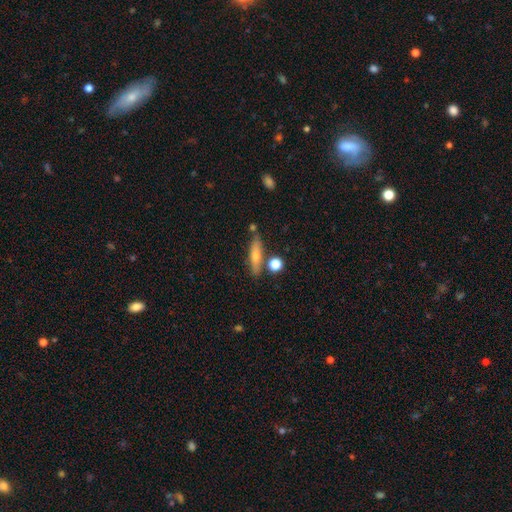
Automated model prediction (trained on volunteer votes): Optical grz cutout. It shows a smooth galaxy with no disk features (51%) that is cigar-shaped (76%). Merging: none (77%).